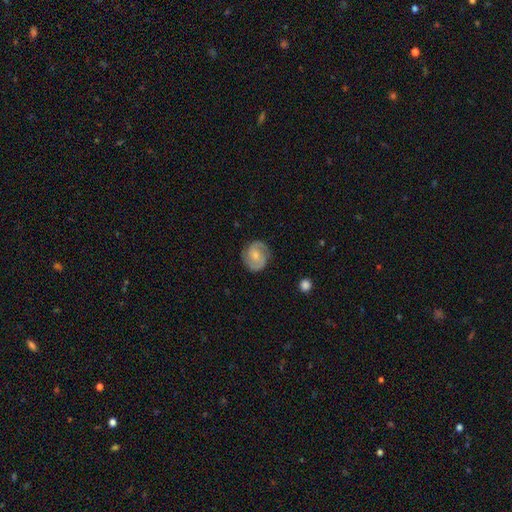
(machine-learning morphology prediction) featured or disk 73%, smooth 21%, star or artifact 6%. Down the decision tree: edge-on disk — no (98%); bar — no (53%); spiral arms — yes (94%); spiral arm count — 2 (86%); spiral winding — medium (45%); bulge size — moderate (46%); merging — none (80%).